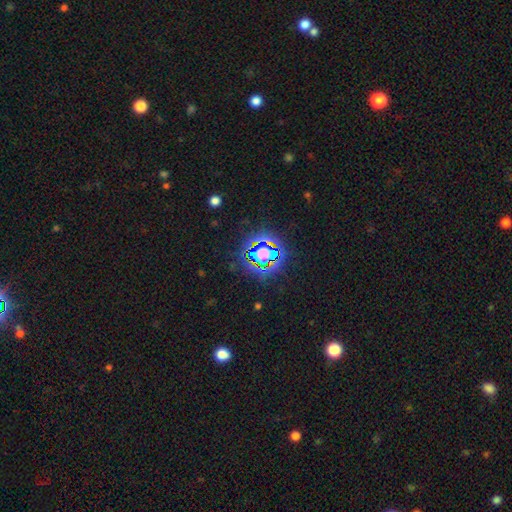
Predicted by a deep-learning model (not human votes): The model was most divided on "smooth or featured": star or artifact: 76%, smooth: 15%, featured or disk: 9%.